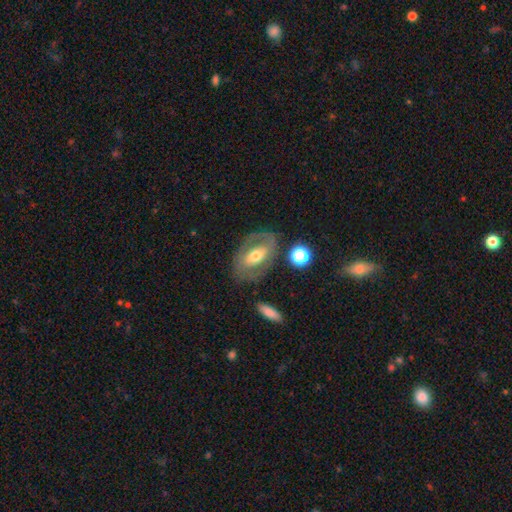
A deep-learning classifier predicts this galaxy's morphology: This appears to be a featured or disk galaxy (56%) with no bar (44%), no spiral arms (61%) and a moderate central bulge (64%). Merging: none (71%).